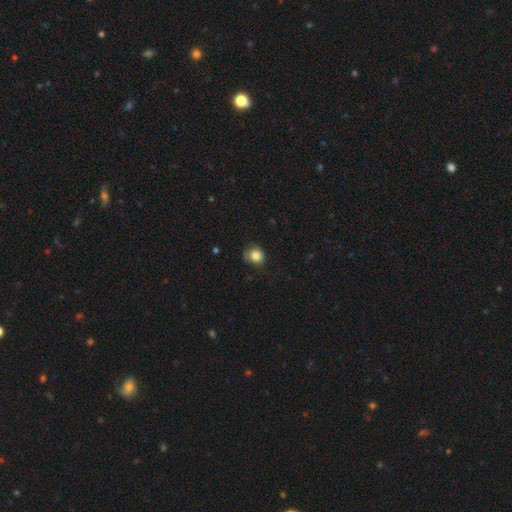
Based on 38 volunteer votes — This appears to be a smooth galaxy with no disk features (89%) that is round (71%). Merging: none (61%).